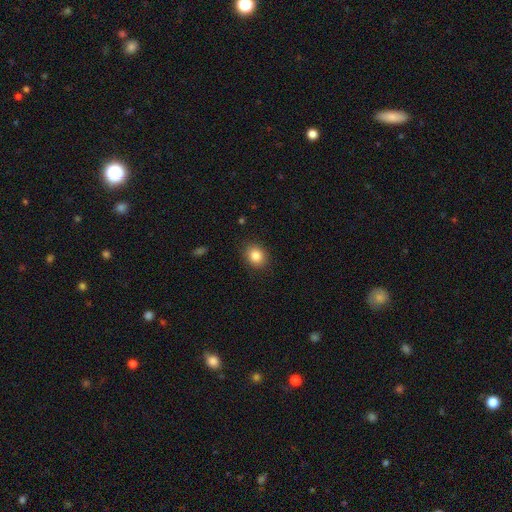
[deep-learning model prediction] A smooth galaxy with no disk features (84%) that is round (57%).

Vote fractions:
- Smooth or featured? smooth: 84% / star or artifact: 10% / featured or disk: 6%
- How rounded? round: 57% / in between: 42% / cigar-shaped: 1%
- Merging? none: 89% / minor disturbance: 8% / major disturbance: 2% / merger: 1%